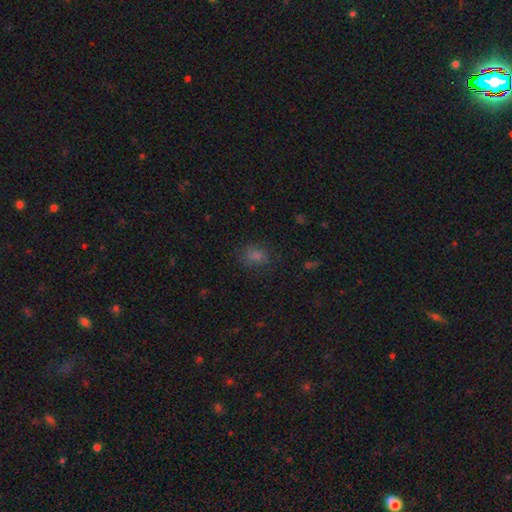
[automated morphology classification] Smooth or featured?
  - smooth: 68% *
  - star or artifact: 24%
  - featured or disk: 8%
How rounded?
  - in between: 62% *
  - round: 37%
  - cigar-shaped: 2%
Merging?
  - none: 79% *
  - minor disturbance: 14%
  - major disturbance: 5%
  - merger: 2%